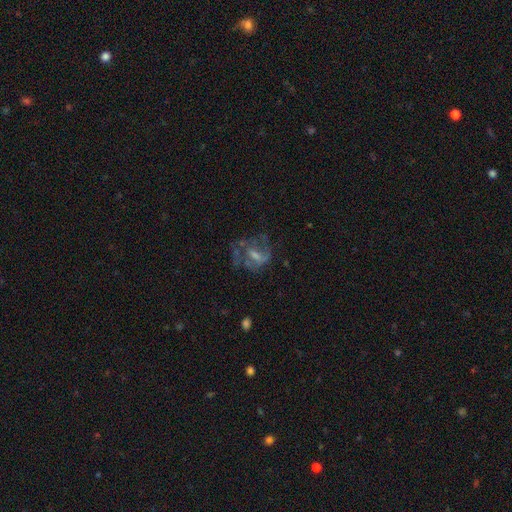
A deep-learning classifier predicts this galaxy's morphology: smooth_or_featured: featured or disk (p=0.64) [alt: smooth p=0.20]
disk_edge_on: no (p=0.96) [alt: yes p=0.04]
bar: weak (p=0.45) [alt: no p=0.39]
has_spiral_arms: yes (p=0.60) [alt: no p=0.40]
bulge_size: small (p=0.38) [alt: moderate p=0.35]
merging: none (p=0.48) [alt: major disturbance p=0.30]